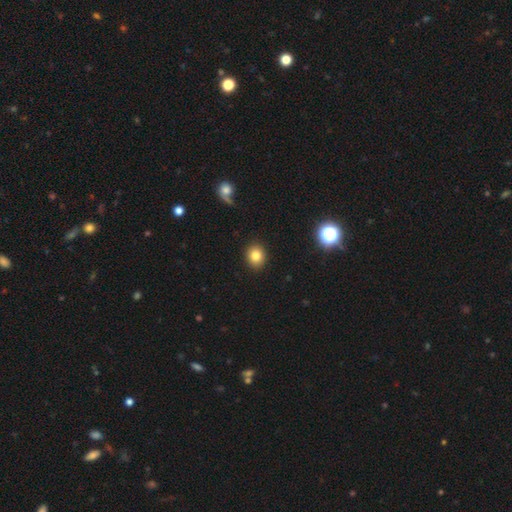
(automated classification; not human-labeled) A smooth galaxy with no disk features (83%) that is round (74%). Merging: none (90%).